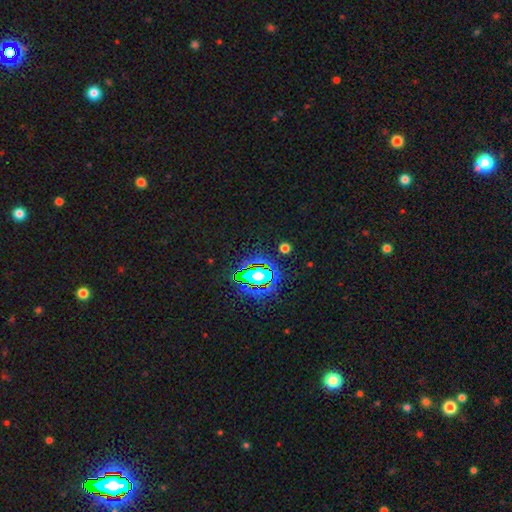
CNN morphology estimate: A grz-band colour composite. It shows a star or artifact, not a galaxy (76%).